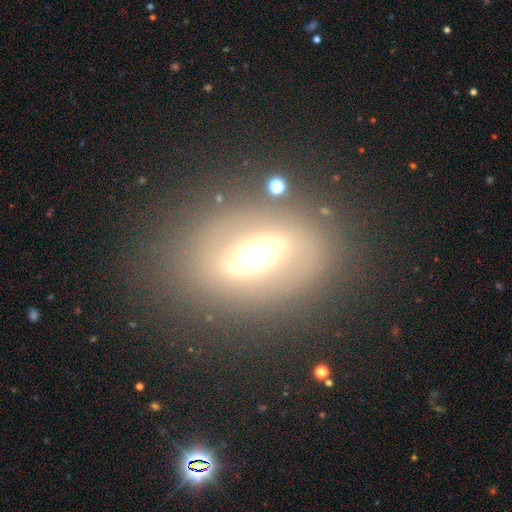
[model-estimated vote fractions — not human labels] A featured or disk galaxy (67%) with a strong bar (42%), spiral arms (55%) and a moderate central bulge (49%). Merging: none (79%).